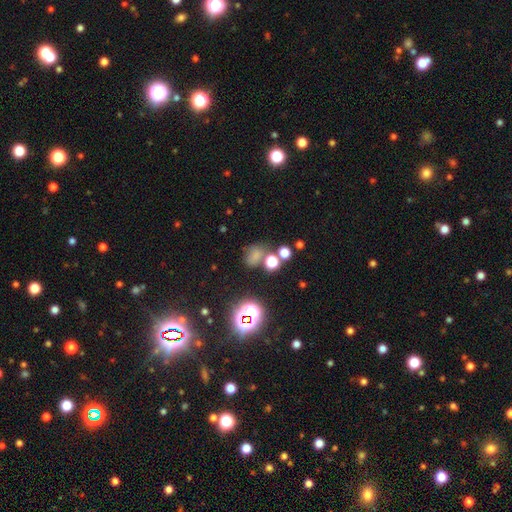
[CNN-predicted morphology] Smooth or featured: smooth — 58% (star or artifact — 32%)
How rounded: round — 49% (tied with in between — 49%)
Merging: none — 53% (merger — 18%)